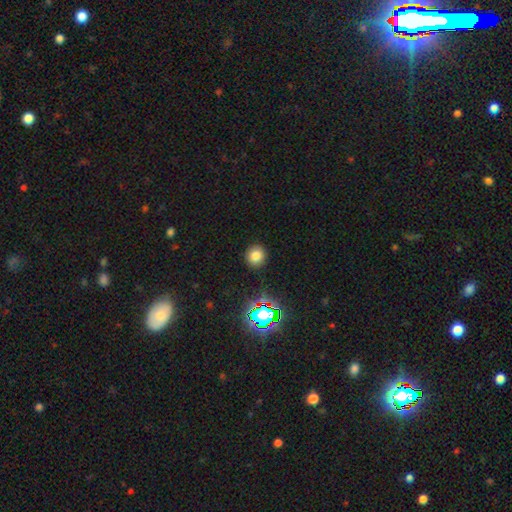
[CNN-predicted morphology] smooth-or-featured: smooth: 76% | star or artifact: 17% | featured or disk: 7%
  how-rounded: round: 85% | in between: 14% | cigar-shaped: 1%
  merging: none: 90% | minor disturbance: 7% | major disturbance: 2% | merger: 1%